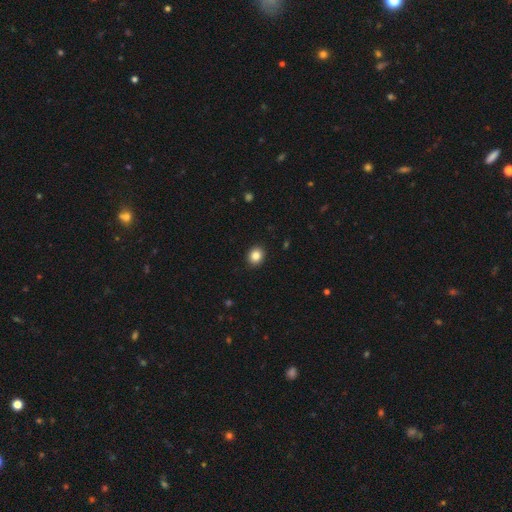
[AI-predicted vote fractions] Q: Smooth or featured?
A: smooth (85%); runner-up: star or artifact (10%)
Q: How rounded?
A: round (76%); runner-up: in between (23%)
Q: Merging?
A: none (92%); runner-up: minor disturbance (6%)